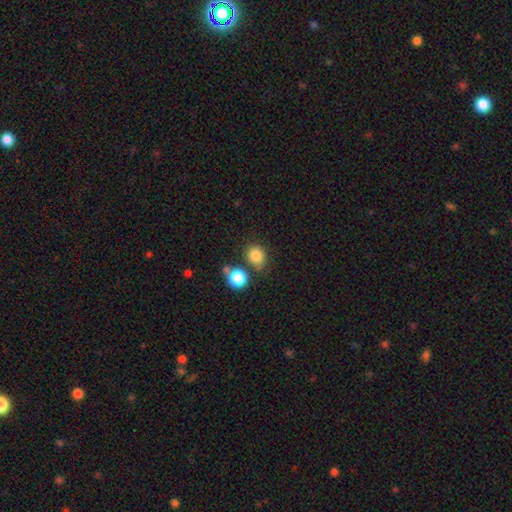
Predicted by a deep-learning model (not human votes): Q: Smooth or featured?
A: smooth (83%); runner-up: star or artifact (11%)
Q: How rounded?
A: round (77%); runner-up: in between (22%)
Q: Merging?
A: none (67%); runner-up: merger (16%)